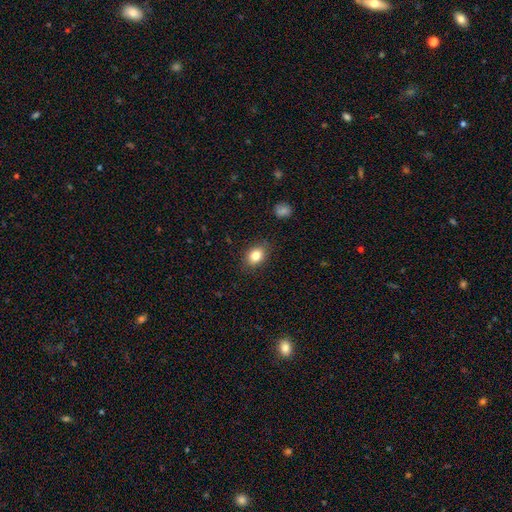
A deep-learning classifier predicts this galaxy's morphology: Smooth or featured?
  - smooth: 83% *
  - star or artifact: 9%
  - featured or disk: 8%
How rounded?
  - in between: 65% *
  - round: 34%
  - cigar-shaped: 1%
Merging?
  - none: 85% *
  - minor disturbance: 11%
  - major disturbance: 3%
  - merger: 1%